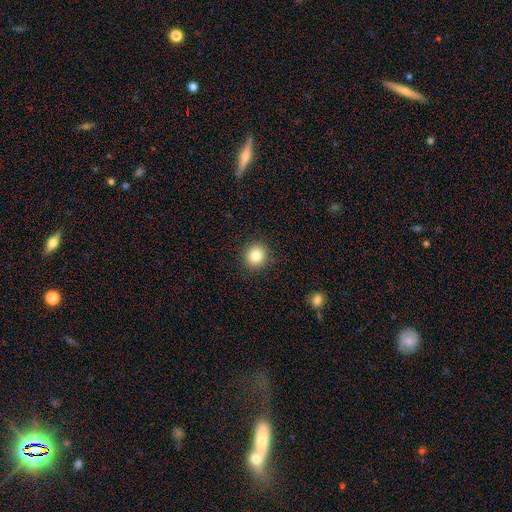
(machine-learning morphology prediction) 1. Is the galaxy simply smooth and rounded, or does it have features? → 84% smooth, 10% star or artifact, 6% featured or disk.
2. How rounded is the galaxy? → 89% round, 11% in between, 1% cigar-shaped.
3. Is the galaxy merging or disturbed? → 91% none, 6% minor disturbance, 2% major disturbance, 1% merger.